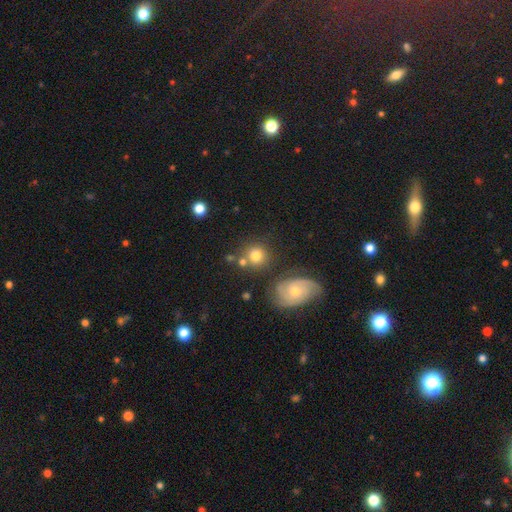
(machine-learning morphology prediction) The model was most divided on "merging": none: 68%, merger: 15%, minor disturbance: 12%, major disturbance: 5%. More confident: how rounded — round (86%); smooth or featured — smooth (74%).